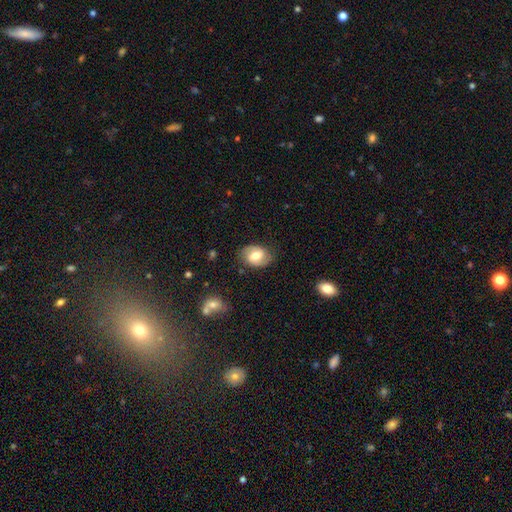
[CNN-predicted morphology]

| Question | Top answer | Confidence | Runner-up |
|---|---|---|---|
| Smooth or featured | featured or disk | 55% | smooth (38%) |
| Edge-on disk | no | 97% | yes (3%) |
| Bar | weak | 46% | no (36%) |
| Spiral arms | yes | 82% | no (18%) |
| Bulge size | moderate | 69% | large (16%) |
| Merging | none | 80% | minor disturbance (15%) |